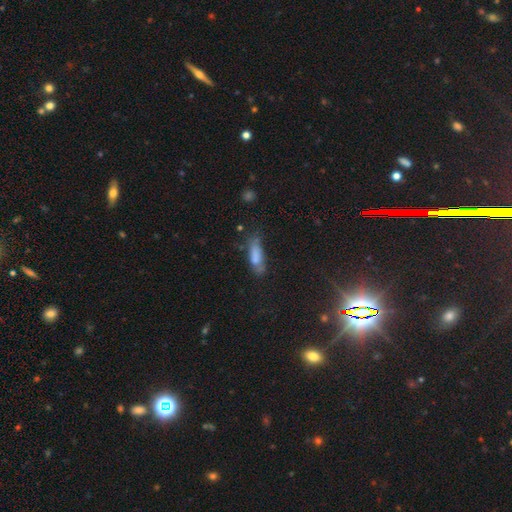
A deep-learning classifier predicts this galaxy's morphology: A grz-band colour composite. It shows a smooth galaxy with no disk features (72%) that is in between round and cigar-shaped (55%). Merging: none (45%).